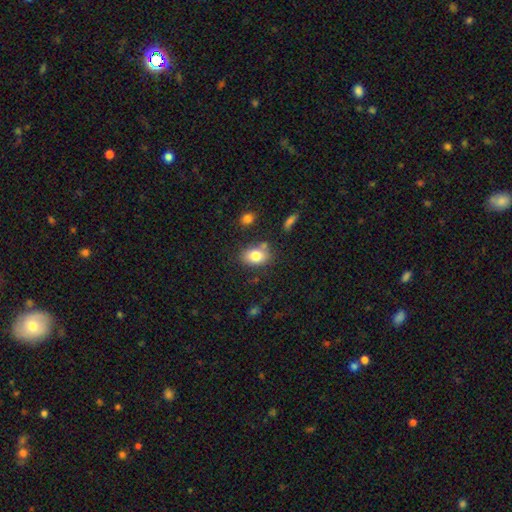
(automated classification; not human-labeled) Smooth or featured? smooth (80%)
How rounded? in between (78%)
Merging? none (73%)